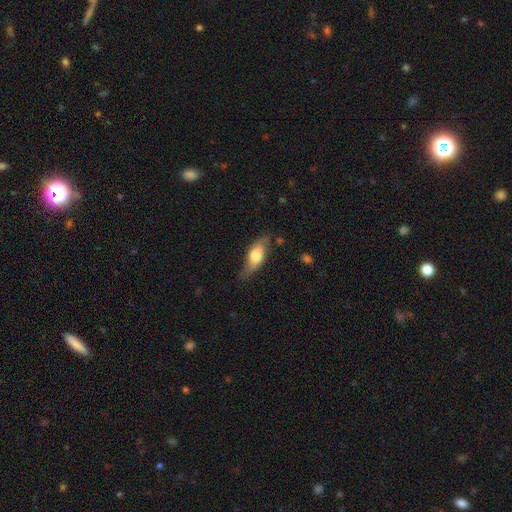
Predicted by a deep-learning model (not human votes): smooth 60%, featured or disk 34%, star or artifact 6%. Down the decision tree: how rounded — in between (68%); merging — none (66%).